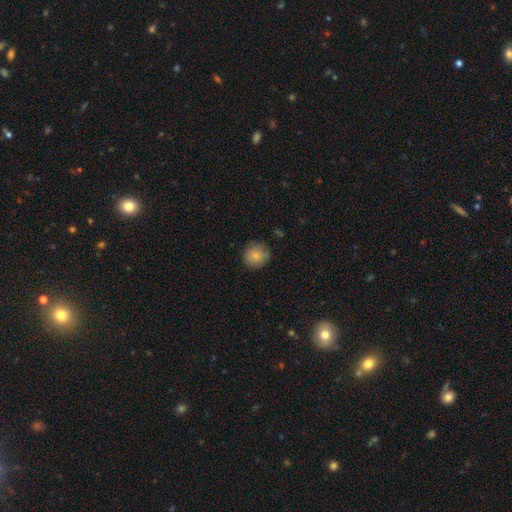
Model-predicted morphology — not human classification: type=smooth (85%); roundness=round (87%); merging=none (83%).